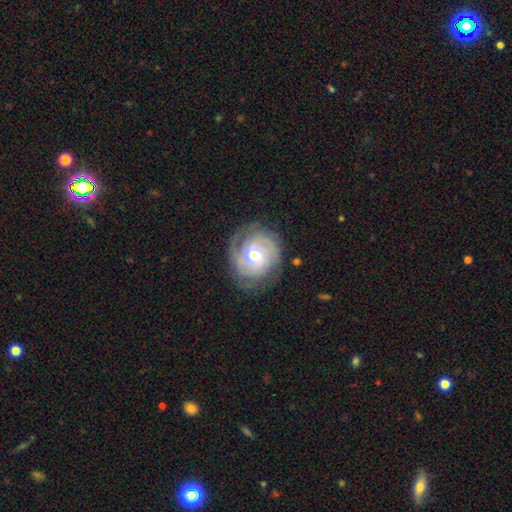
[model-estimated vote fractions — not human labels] Q: Smooth or featured?
A: featured or disk (78%); runner-up: smooth (16%)
Q: Edge-on disk?
A: no (97%); runner-up: yes (3%)
Q: Bar?
A: no (60%); runner-up: weak (32%)
Q: Spiral arms?
A: yes (91%); runner-up: no (9%)
Q: Spiral winding?
A: tight (62%); runner-up: medium (28%)
Q: Spiral arm count?
A: 2 (43%); runner-up: can't tell (25%)
Q: Bulge size?
A: moderate (76%); runner-up: small (12%)
Q: Merging?
A: none (73%); runner-up: minor disturbance (17%)